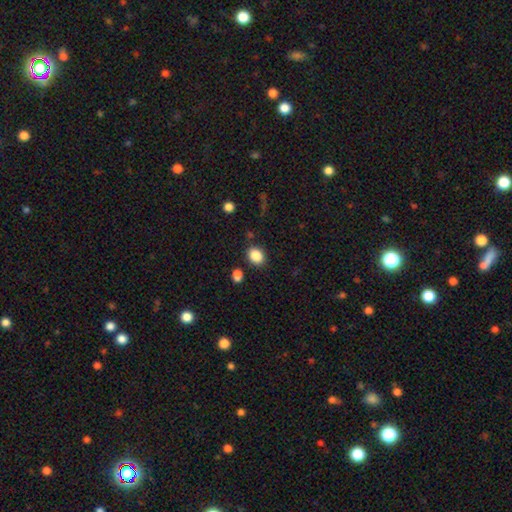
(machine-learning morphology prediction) smooth-or-featured: smooth: 86% | star or artifact: 9% | featured or disk: 4%
  how-rounded: in between: 54% | round: 45% | cigar-shaped: 1%
  merging: none: 82% | minor disturbance: 10% | merger: 5% | major disturbance: 3%